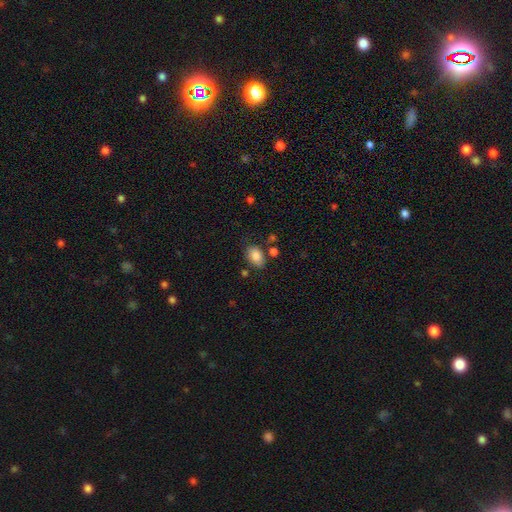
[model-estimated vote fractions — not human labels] Q: Smooth or featured?
A: smooth (84%); runner-up: featured or disk (8%)
Q: How rounded?
A: in between (85%); runner-up: round (14%)
Q: Merging?
A: none (71%); runner-up: minor disturbance (17%)